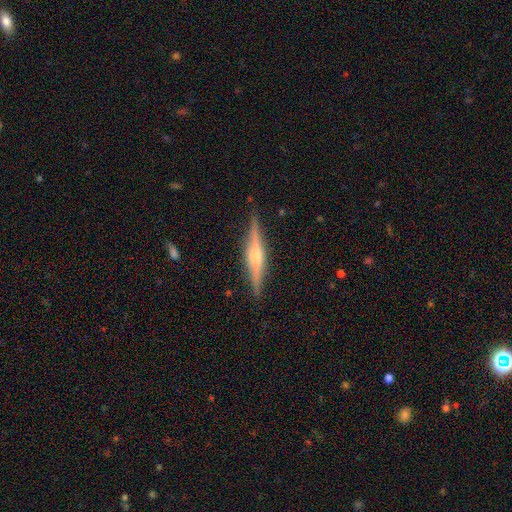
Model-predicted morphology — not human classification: Smooth or featured? featured or disk (76%)
Edge-on disk? yes (98%)
Edge-on bulge? rounded (77%)
Merging? none (89%)